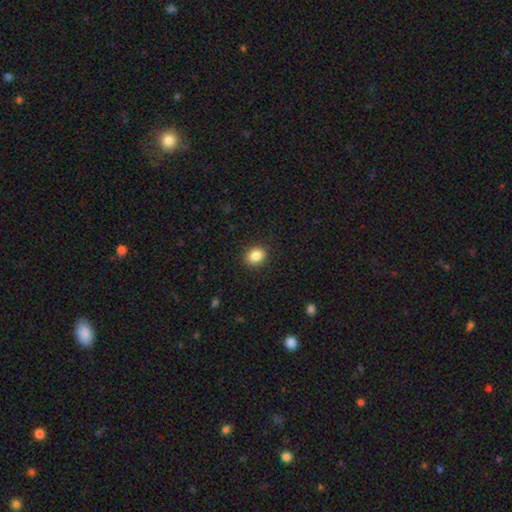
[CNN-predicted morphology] Smooth or featured? Predicted: smooth (p=0.87). How rounded? Predicted: round (p=0.50, tied with in between). Merging? Predicted: none (p=0.89).